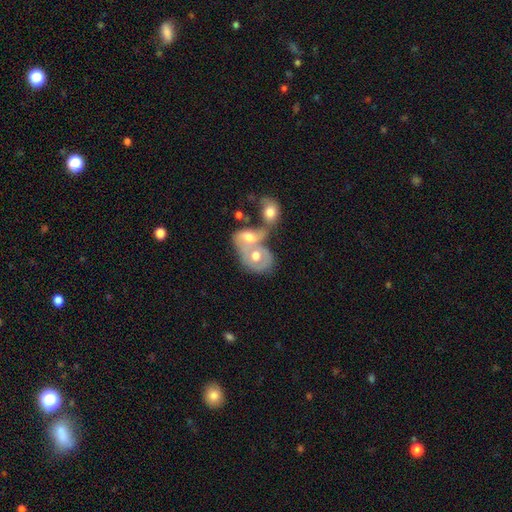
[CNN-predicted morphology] This is likely a featured or disk galaxy (61%). It is clearly not viewed edge-on (96%). Bar: clearly no (80%). Spiral arm pattern: possibly yes (56%). Central bulge: likely moderate (71%). Merging: likely merger (77%).